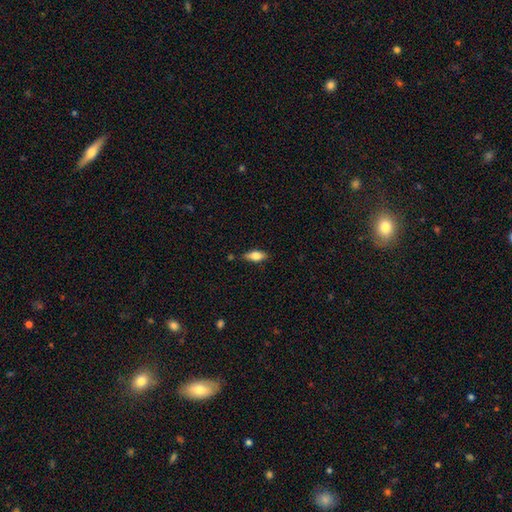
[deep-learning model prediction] Smooth or featured? smooth (72%)
How rounded? in between (78%)
Merging? none (80%)